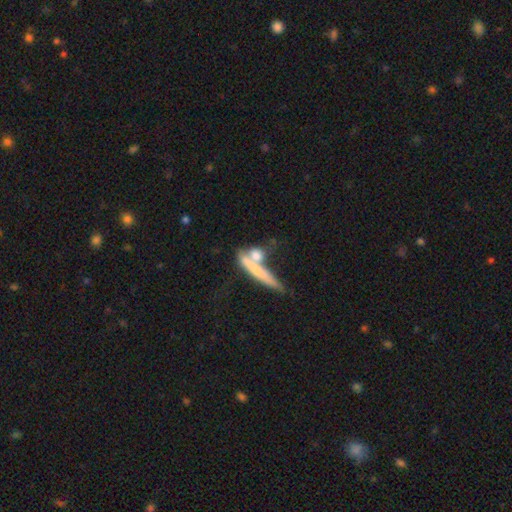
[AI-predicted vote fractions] This is likely a smooth galaxy (64%). How rounded: possibly cigar-shaped (50%). Merging: marginally merger (40%, tied with none).